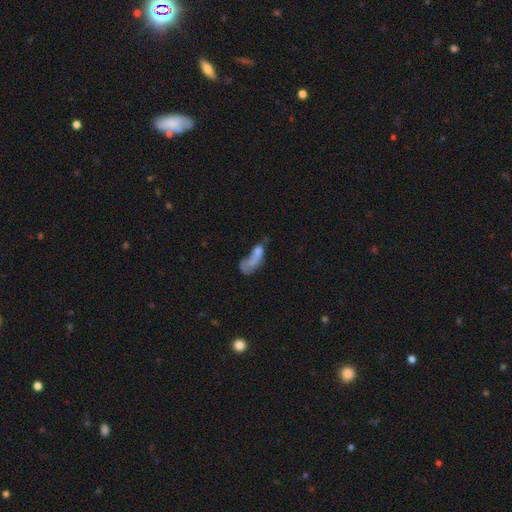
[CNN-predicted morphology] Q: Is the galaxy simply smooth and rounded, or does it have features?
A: smooth — 53%.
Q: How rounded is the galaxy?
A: in between — 73%.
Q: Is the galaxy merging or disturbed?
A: major disturbance — 38%.